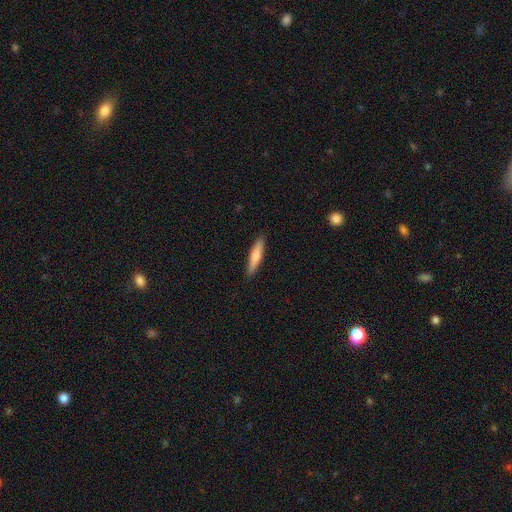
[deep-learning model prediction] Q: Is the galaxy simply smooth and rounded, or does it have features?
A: smooth — 67%.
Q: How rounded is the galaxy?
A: cigar-shaped — 85%.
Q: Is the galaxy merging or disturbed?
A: none — 90%.